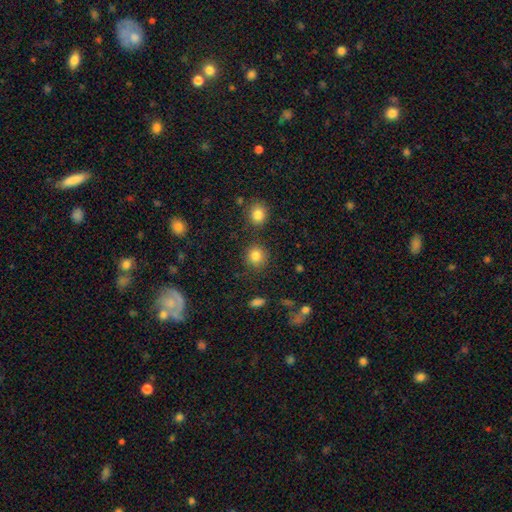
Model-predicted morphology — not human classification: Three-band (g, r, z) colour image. It shows a smooth galaxy with no disk features (84%) that is round (89%). Merging: none (83%).